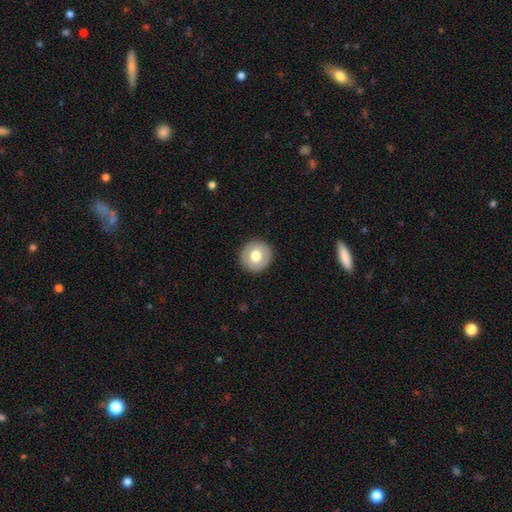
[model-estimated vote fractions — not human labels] smooth 70%, featured or disk 23%, star or artifact 7%. Down the decision tree: how rounded — round (93%); merging — none (92%).